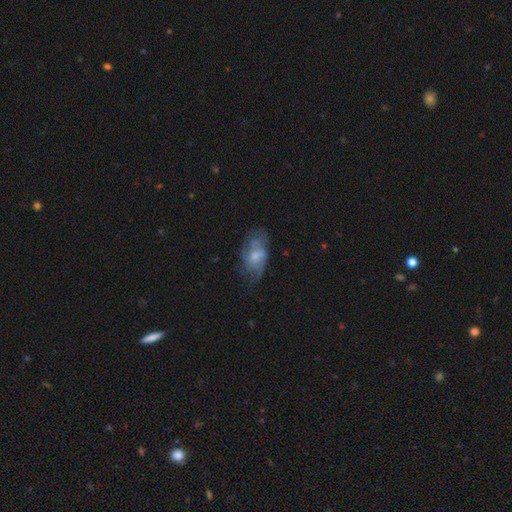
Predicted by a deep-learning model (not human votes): The model was most divided on "bulge size": small: 46%, moderate: 40%, none: 9%, large: 4%, dominant: 1%. Remaining: edge-on disk — no (95%); bar — no (72%); smooth or featured — featured or disk (57%); spiral arms — yes (57%); merging — none (49%).